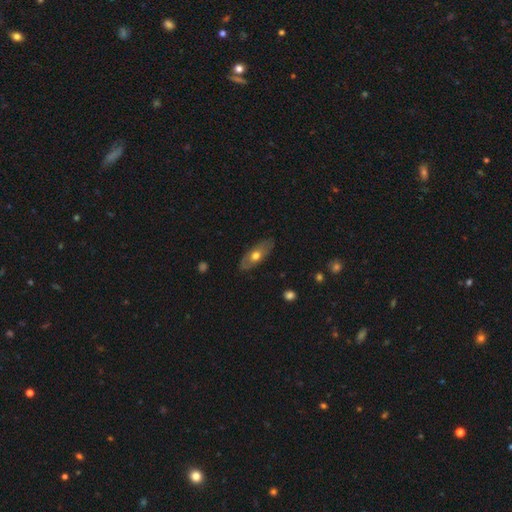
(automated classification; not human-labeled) Overall: smooth (49%; featured or disk 45%). Merging: none (80%).